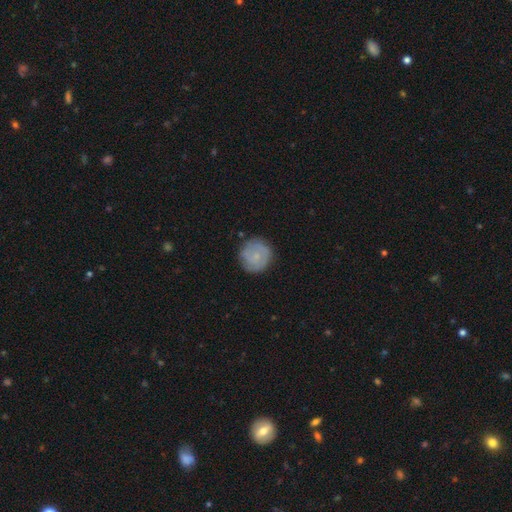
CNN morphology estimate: Overall: smooth (48%; featured or disk 46%). Merging: none (82%).